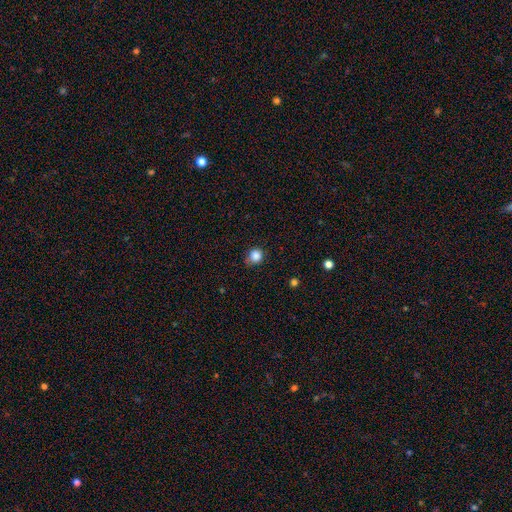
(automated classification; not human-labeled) smooth-or-featured: smooth: 85% | star or artifact: 11% | featured or disk: 4%
  how-rounded: round: 83% | in between: 16% | cigar-shaped: 1%
  merging: none: 67% | minor disturbance: 26% | major disturbance: 5% | merger: 2%